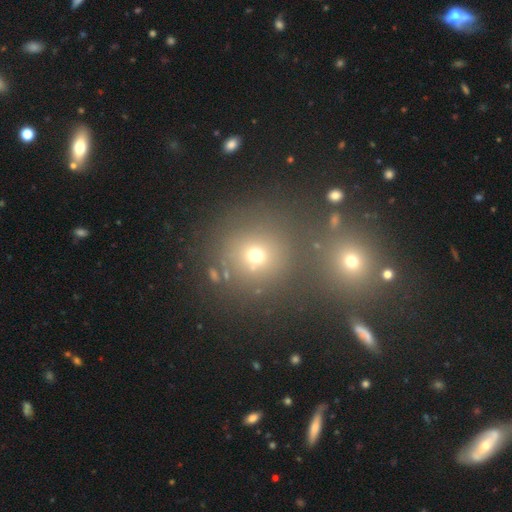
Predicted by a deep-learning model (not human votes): Overall: smooth (66%). How rounded: round (86%). Merging: none (66%).